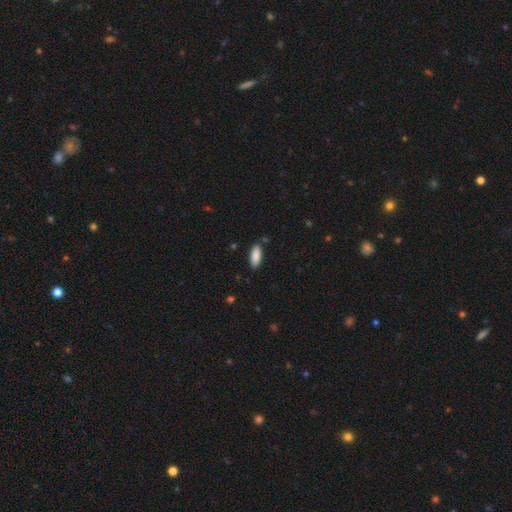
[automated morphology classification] This is clearly a smooth galaxy (88%). How rounded: likely in between (73%). Merging: clearly none (85%).